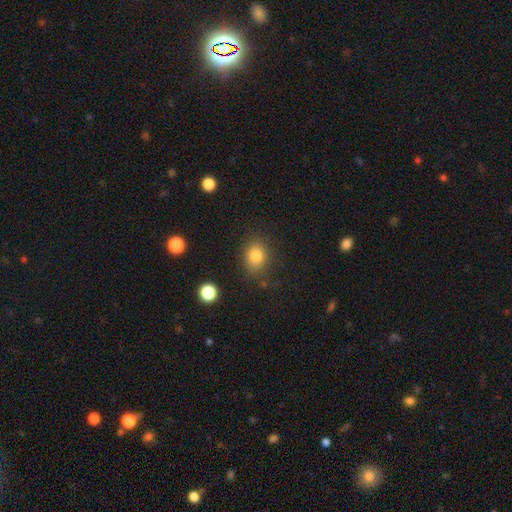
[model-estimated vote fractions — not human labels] Morphology: type=smooth (82%); roundness=in between (56%); merging=none (78%).